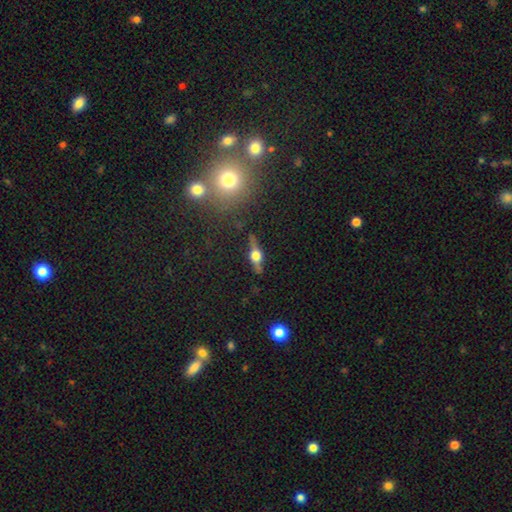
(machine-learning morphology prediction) type=featured or disk (69%); edge-on=yes (94%); edge-on bulge=rounded (95%); merging=none (84%).